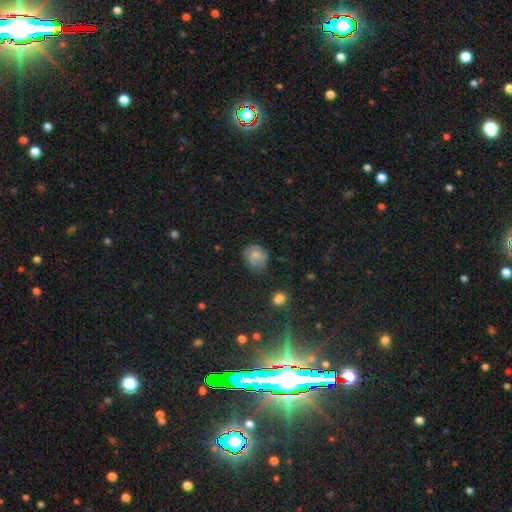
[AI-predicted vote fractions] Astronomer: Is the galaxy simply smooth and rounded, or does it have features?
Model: smooth — 69%.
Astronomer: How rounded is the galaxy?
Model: round — 63%.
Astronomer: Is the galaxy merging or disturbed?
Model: none — 57%.